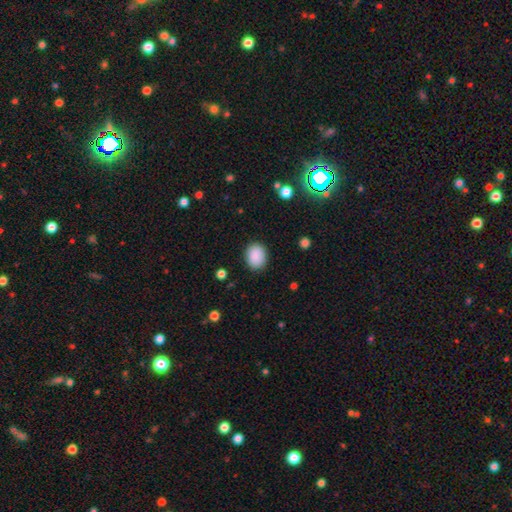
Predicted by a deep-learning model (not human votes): Smooth or featured: smooth — 89% (star or artifact — 8%)
How rounded: in between — 56% (round — 43%)
Merging: none — 86% (minor disturbance — 10%)